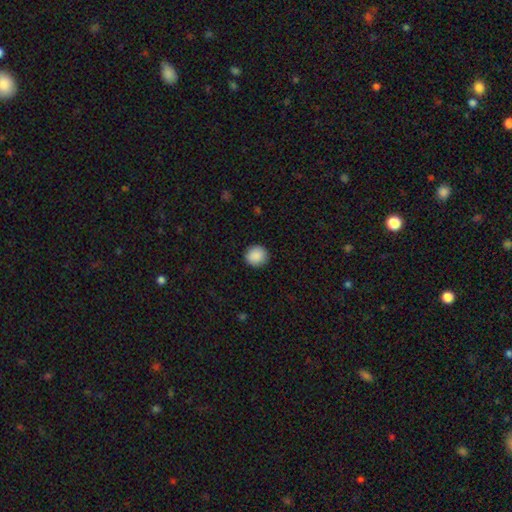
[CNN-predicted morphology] The model was most divided on "smooth or featured": smooth: 89%, star or artifact: 8%, featured or disk: 3%. More confident: merging — none (92%); how rounded — round (91%).